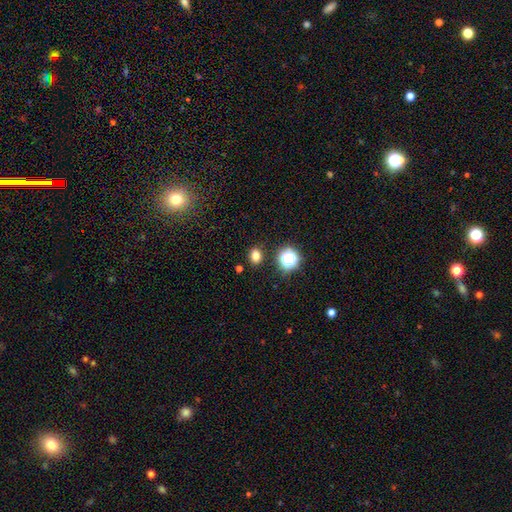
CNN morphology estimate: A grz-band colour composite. It shows a smooth galaxy with no disk features (76%) that is in between round and cigar-shaped (52%). Merging: none (87%).